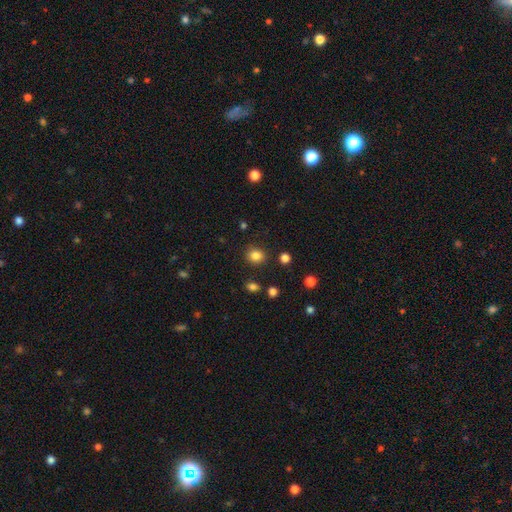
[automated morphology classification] The model was most divided on "how rounded": round: 68%, in between: 31%, cigar-shaped: 1%. More confident: merging — none (84%); smooth or featured — smooth (84%).